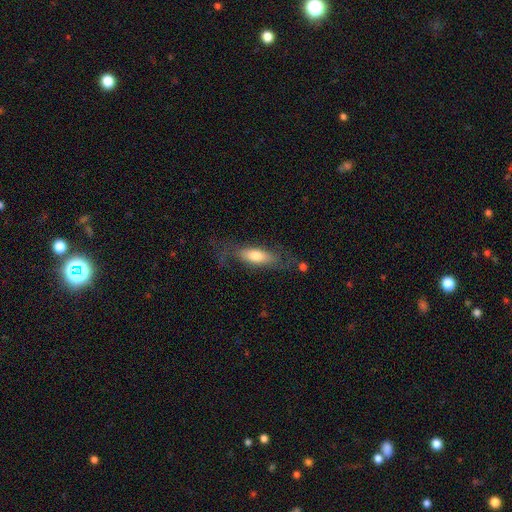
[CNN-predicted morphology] type=smooth (58%); roundness=in between (63%); merging=none (59%).